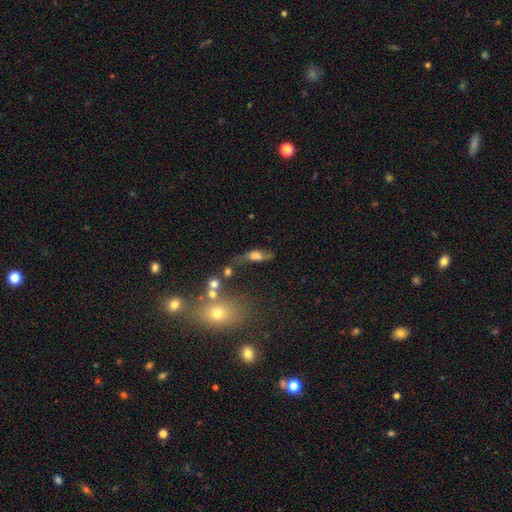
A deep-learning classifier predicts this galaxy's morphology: Smooth or featured? Predicted: smooth (p=0.45). Merging? Predicted: none (p=0.42).